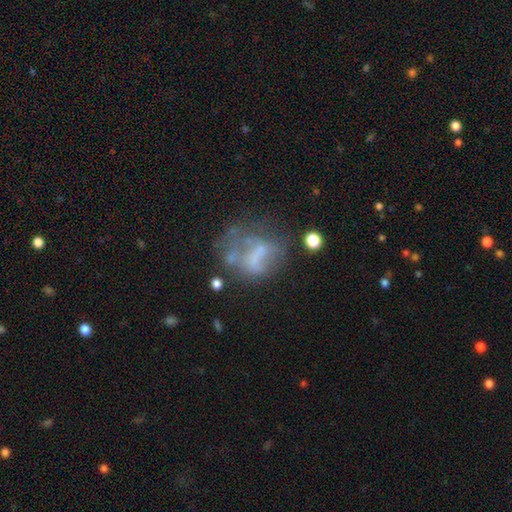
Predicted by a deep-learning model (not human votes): Overall: featured or disk (49%; smooth 33%). Merging: major disturbance (33%; none 32%).